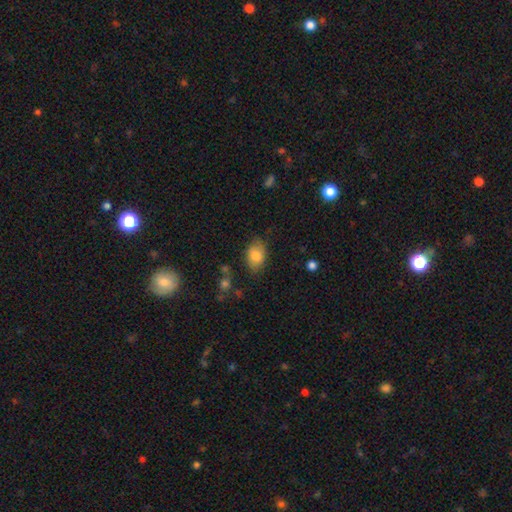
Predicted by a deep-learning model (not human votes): Smooth or featured?
  - smooth: 81% *
  - featured or disk: 11%
  - star or artifact: 8%
How rounded?
  - in between: 82% *
  - round: 16%
  - cigar-shaped: 1%
Merging?
  - none: 76% *
  - minor disturbance: 18%
  - major disturbance: 4%
  - merger: 2%